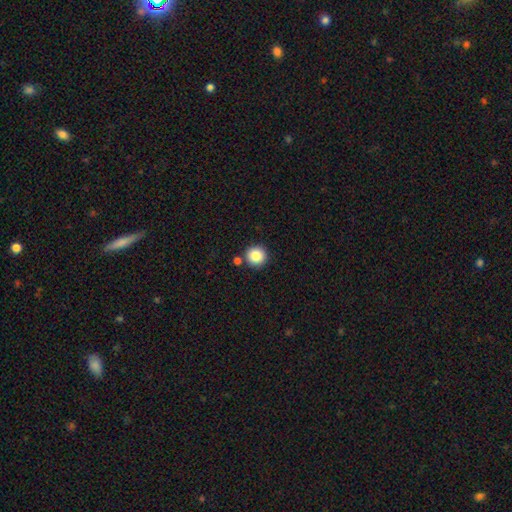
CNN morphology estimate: smooth 86%, star or artifact 10%, featured or disk 5%. Down the decision tree: how rounded — round (95%); merging — none (84%).